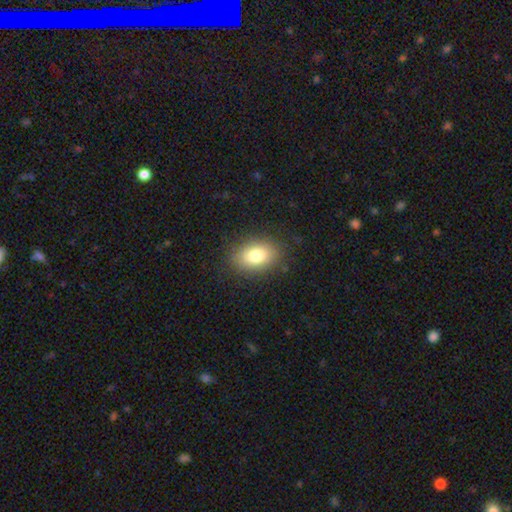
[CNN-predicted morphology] A smooth galaxy with no disk features (80%) that is in between round and cigar-shaped (81%). Merging: none (85%).